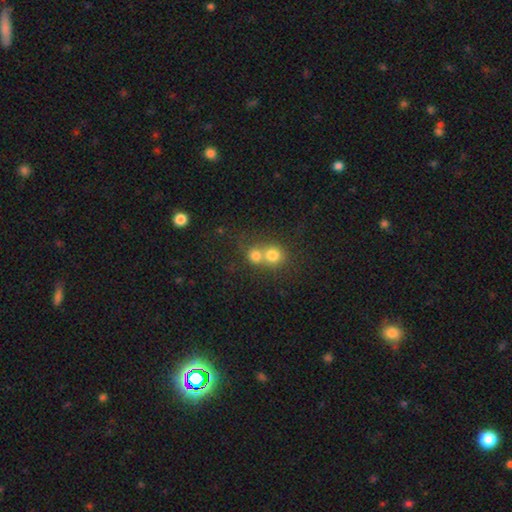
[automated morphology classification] smooth-or-featured: smooth: 75% | star or artifact: 13% | featured or disk: 12%
  how-rounded: round: 84% | in between: 15% | cigar-shaped: 1%
  merging: merger: 59% | none: 33% | minor disturbance: 5% | major disturbance: 2%